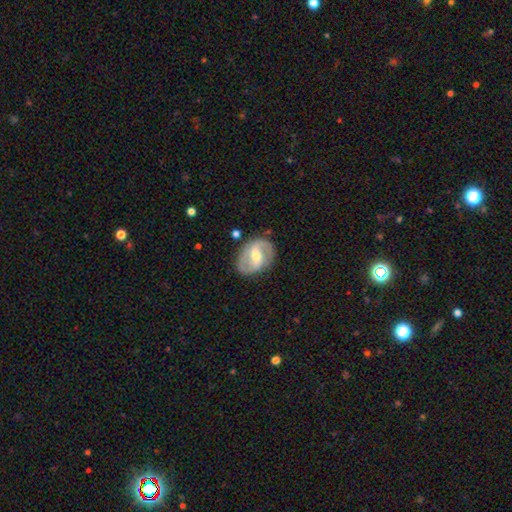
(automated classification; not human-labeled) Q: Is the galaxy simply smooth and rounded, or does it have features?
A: featured or disk — 76%.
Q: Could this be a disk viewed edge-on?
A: no — 97%.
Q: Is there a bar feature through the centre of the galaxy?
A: weak — 46%.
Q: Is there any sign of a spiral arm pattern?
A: yes — 83%.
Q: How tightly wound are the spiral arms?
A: medium — 47%.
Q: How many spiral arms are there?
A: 2 — 87%.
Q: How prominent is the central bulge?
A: moderate — 60%.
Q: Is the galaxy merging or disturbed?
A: none — 80%.